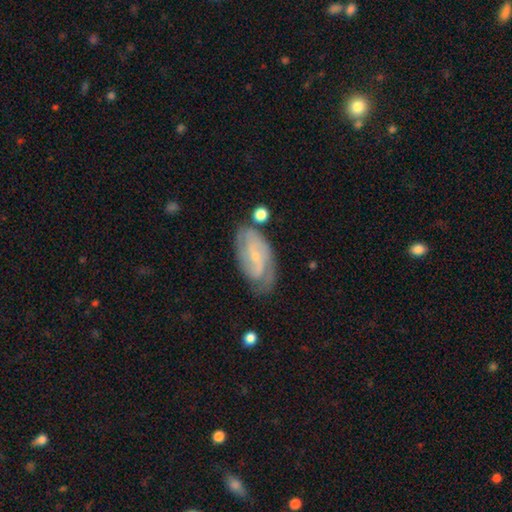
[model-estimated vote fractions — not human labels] Q: Smooth or featured?
A: featured or disk (78%); runner-up: smooth (16%)
Q: Edge-on disk?
A: no (95%); runner-up: yes (5%)
Q: Bar?
A: no (47%); runner-up: weak (41%)
Q: Spiral arms?
A: yes (92%); runner-up: no (8%)
Q: Spiral winding?
A: tight (44%); runner-up: medium (41%)
Q: Spiral arm count?
A: 2 (58%); runner-up: can't tell (22%)
Q: Bulge size?
A: small (75%); runner-up: moderate (20%)
Q: Merging?
A: none (64%); runner-up: minor disturbance (23%)